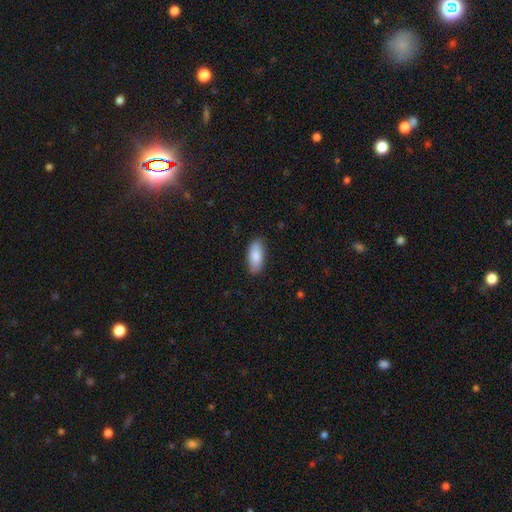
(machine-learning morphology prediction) Smooth or featured?
  - smooth: 86% *
  - featured or disk: 9%
  - star or artifact: 6%
How rounded?
  - in between: 88% *
  - cigar-shaped: 10%
  - round: 2%
Merging?
  - none: 87% *
  - minor disturbance: 10%
  - major disturbance: 2%
  - merger: 1%